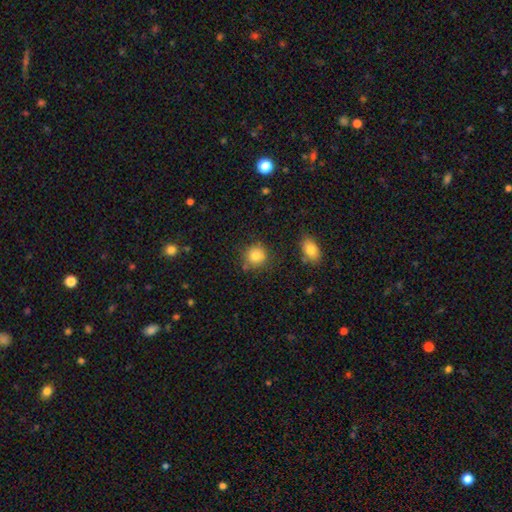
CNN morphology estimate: smooth_or_featured: smooth (p=0.83) [alt: star or artifact p=0.10]
how_rounded: round (p=0.88) [alt: in between p=0.11]
merging: none (p=0.79) [alt: minor disturbance p=0.12]